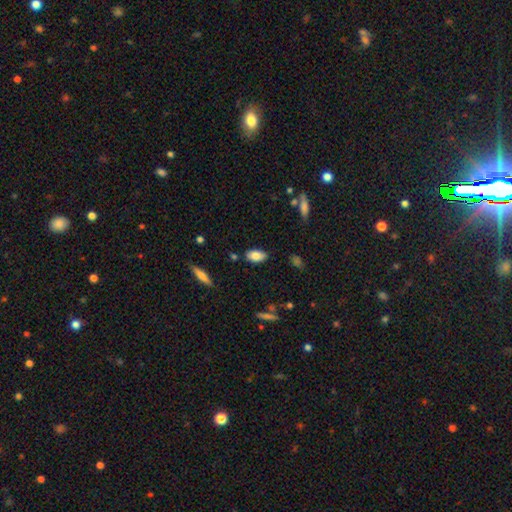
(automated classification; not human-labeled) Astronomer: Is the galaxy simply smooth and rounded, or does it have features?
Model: smooth — 81%.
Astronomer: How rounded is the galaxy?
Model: in between — 92%.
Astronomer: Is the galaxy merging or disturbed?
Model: none — 83%.